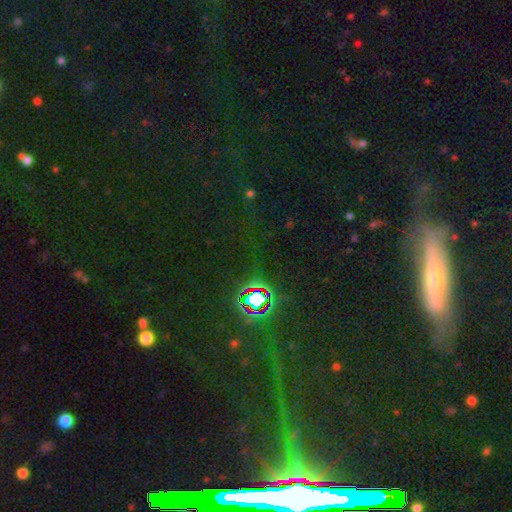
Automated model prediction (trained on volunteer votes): A star or artifact, not a galaxy (65%).